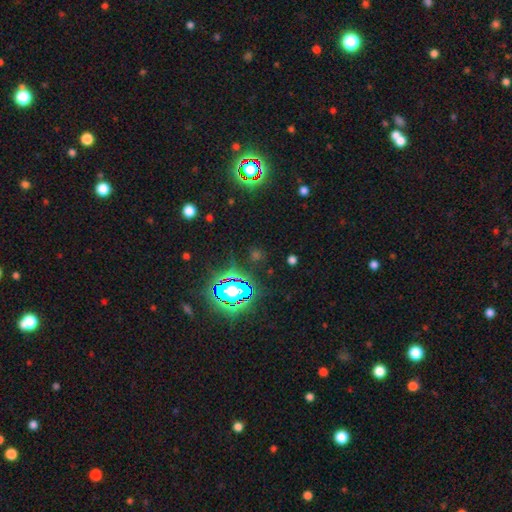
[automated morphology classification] Smooth or featured?
  - star or artifact: 69% *
  - smooth: 22%
  - featured or disk: 9%